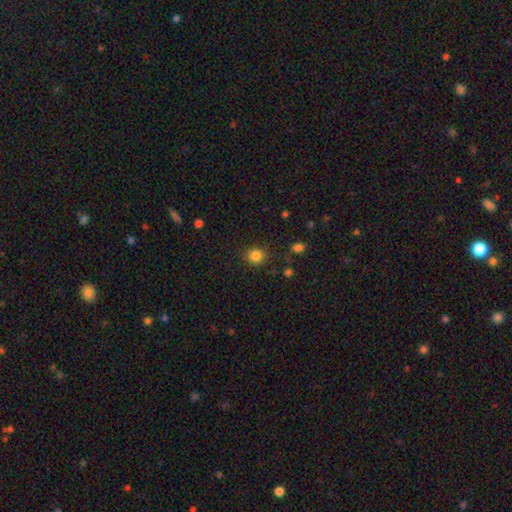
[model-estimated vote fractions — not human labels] Smooth or featured: smooth — 84% (star or artifact — 11%)
How rounded: round — 85% (in between — 14%)
Merging: none — 86% (minor disturbance — 9%)